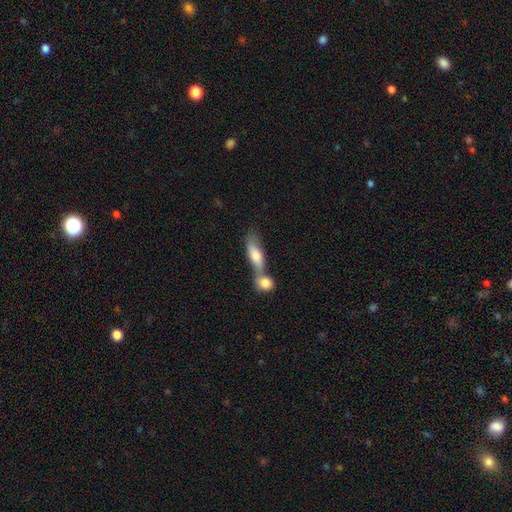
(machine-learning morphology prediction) Smooth or featured?
  - smooth: 70% *
  - featured or disk: 24%
  - star or artifact: 6%
How rounded?
  - in between: 61% *
  - cigar-shaped: 32%
  - round: 7%
Merging?
  - merger: 65% *
  - none: 23%
  - minor disturbance: 8%
  - major disturbance: 4%